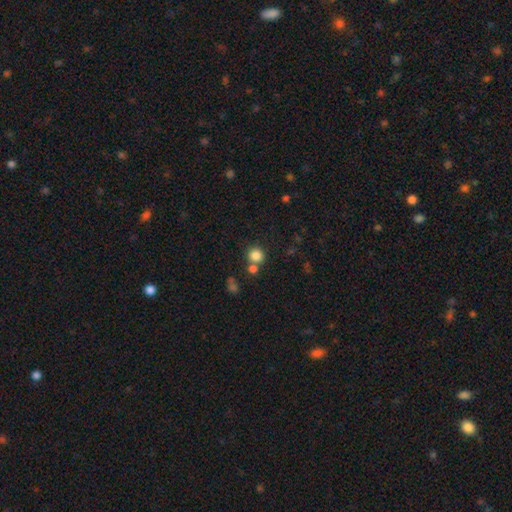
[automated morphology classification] A smooth galaxy with no disk features (83%) that is round (90%).

Vote fractions:
- Smooth or featured? smooth: 83% / star or artifact: 12% / featured or disk: 6%
- How rounded? round: 90% / in between: 9% / cigar-shaped: 1%
- Merging? none: 66% / merger: 21% / minor disturbance: 9% / major disturbance: 4%